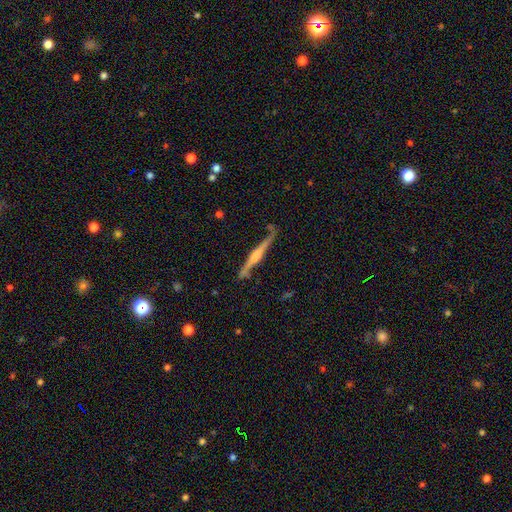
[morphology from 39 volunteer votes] A featured or disk galaxy (87%) viewed edge-on (100%) with a rounded central bulge (85%). Merging: none (87%).